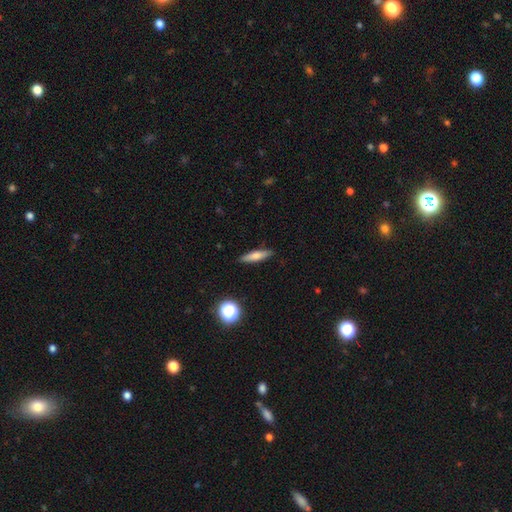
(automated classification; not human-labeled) smooth_or_featured: smooth (p=0.67) [alt: featured or disk p=0.25]
how_rounded: cigar-shaped (p=0.76) [alt: in between p=0.21]
merging: none (p=0.88) [alt: minor disturbance p=0.08]